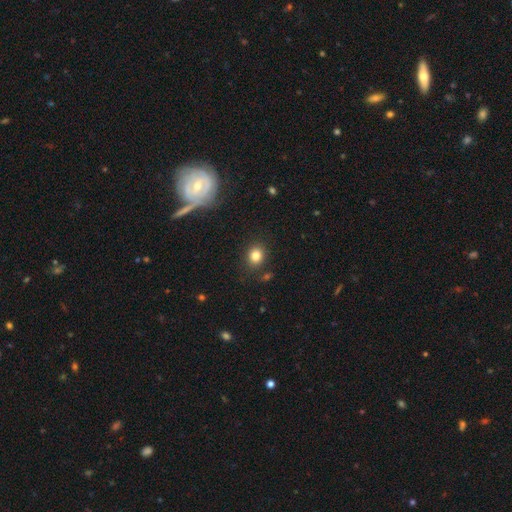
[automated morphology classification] smooth 82%, star or artifact 12%, featured or disk 7%. Down the decision tree: how rounded — round (63%); merging — none (85%).